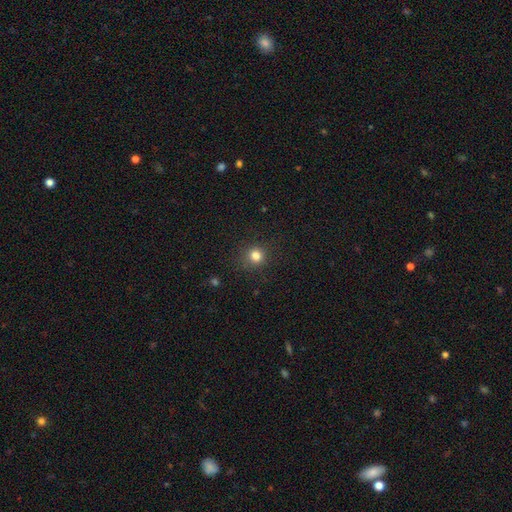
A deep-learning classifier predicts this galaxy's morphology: This is clearly a smooth galaxy (81%). How rounded: clearly round (90%). Merging: clearly none (88%).